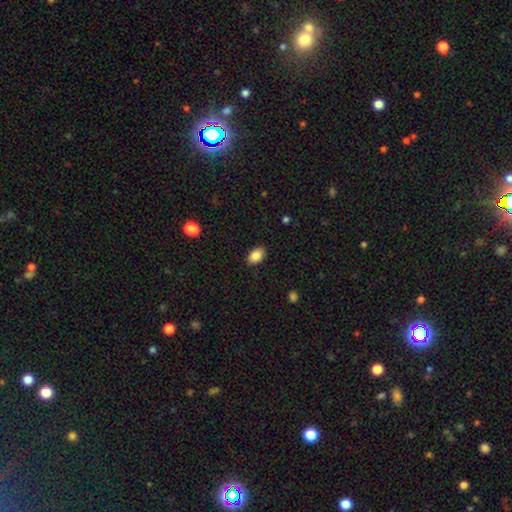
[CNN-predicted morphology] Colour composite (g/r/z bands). It shows a smooth galaxy with no disk features (85%) that is in between round and cigar-shaped (87%). Merging: none (88%).